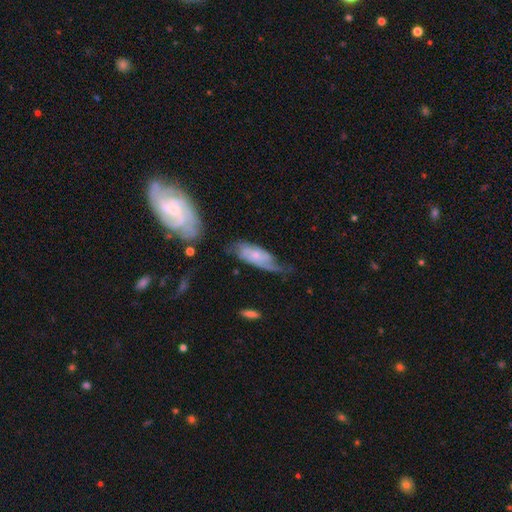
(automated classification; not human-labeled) featured or disk 64%, smooth 30%, star or artifact 6%. Down the decision tree: edge-on disk — no (87%); bar — no (67%); spiral arms — yes (86%); bulge size — small (64%); merging — none (43%).